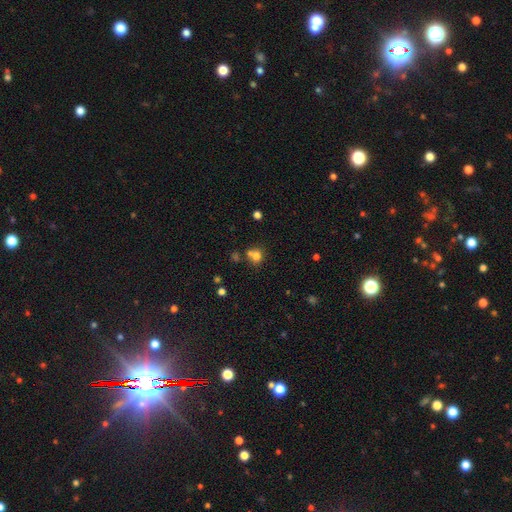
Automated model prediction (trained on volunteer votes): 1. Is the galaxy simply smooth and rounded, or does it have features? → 73% smooth, 16% star or artifact, 11% featured or disk.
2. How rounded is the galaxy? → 79% round, 20% in between, 1% cigar-shaped.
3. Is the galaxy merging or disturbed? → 46% none, 41% merger, 9% minor disturbance, 4% major disturbance.